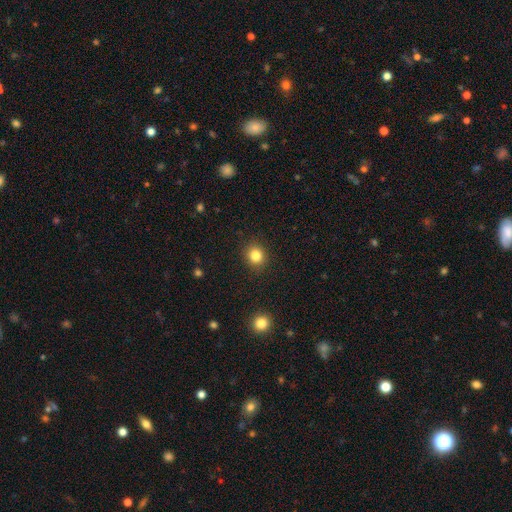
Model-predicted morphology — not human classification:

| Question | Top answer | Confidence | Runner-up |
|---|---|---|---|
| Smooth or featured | smooth | 83% | star or artifact (12%) |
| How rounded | round | 83% | in between (16%) |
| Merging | none | 91% | minor disturbance (6%) |